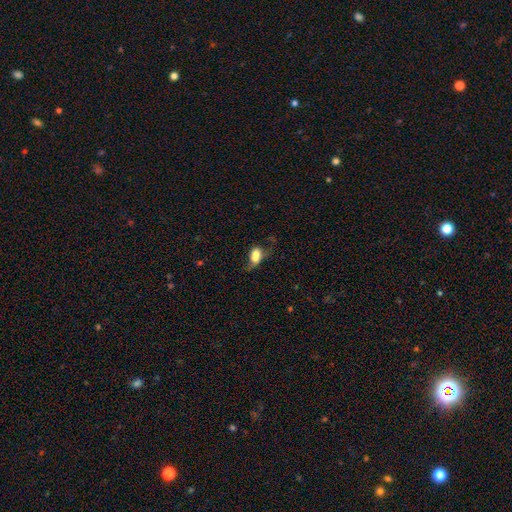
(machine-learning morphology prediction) The model was most divided on "how rounded": in between: 65%, round: 32%, cigar-shaped: 3%. More confident: smooth or featured — smooth (66%); merging — merger (55%).